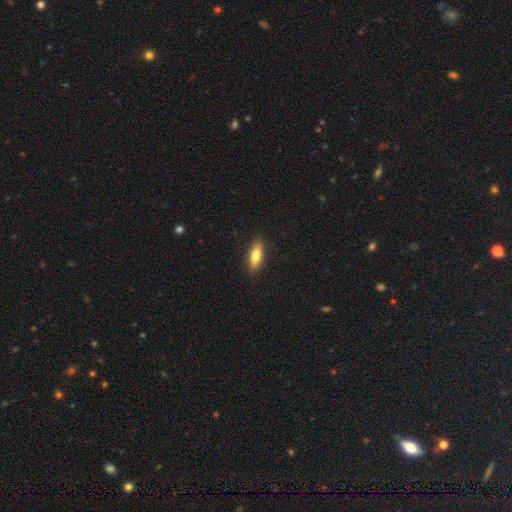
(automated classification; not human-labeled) smooth_or_featured: smooth (p=0.78) [alt: featured or disk p=0.16]
how_rounded: in between (p=0.70) [alt: cigar-shaped p=0.27]
merging: none (p=0.89) [alt: minor disturbance p=0.08]